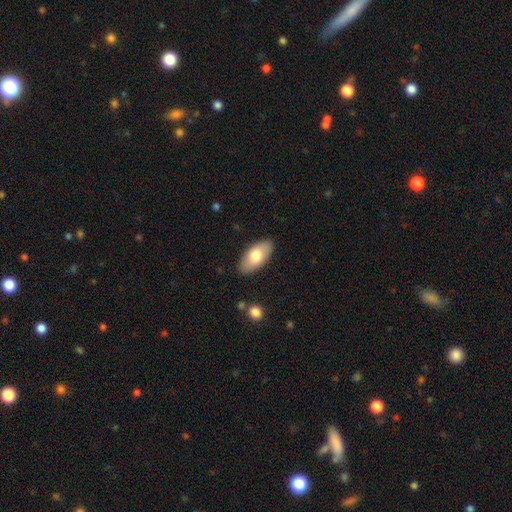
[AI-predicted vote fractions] A smooth galaxy with no disk features (74%) that is in between round and cigar-shaped (92%).

Vote fractions:
- Smooth or featured? smooth: 74% / featured or disk: 20% / star or artifact: 6%
- How rounded? in between: 92% / cigar-shaped: 5% / round: 2%
- Merging? none: 87% / minor disturbance: 10% / major disturbance: 2% / merger: 1%